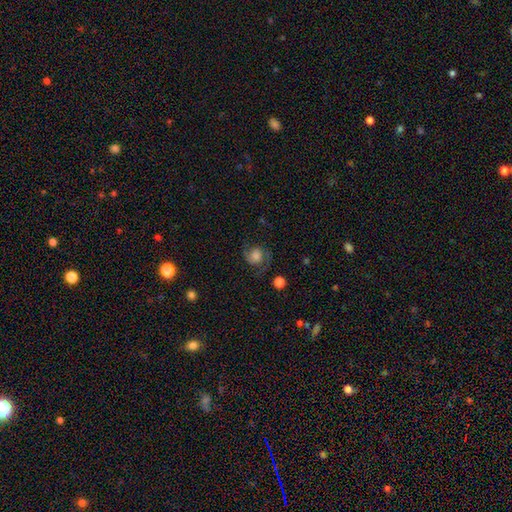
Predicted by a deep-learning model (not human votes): Morphology: type=featured or disk (62%); edge-on=no (98%); bar=no (67%); spiral arms=yes (94%); winding=medium (49%); arm count=2 (89%); bulge=large (33%); merging=none (71%).